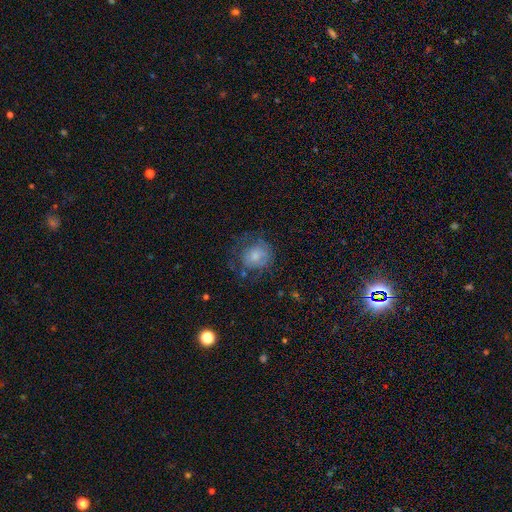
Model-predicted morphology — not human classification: The model was most divided on "smooth or featured": smooth: 57%, featured or disk: 34%, star or artifact: 10%. Remaining: how rounded — round (72%); merging — none (48%).